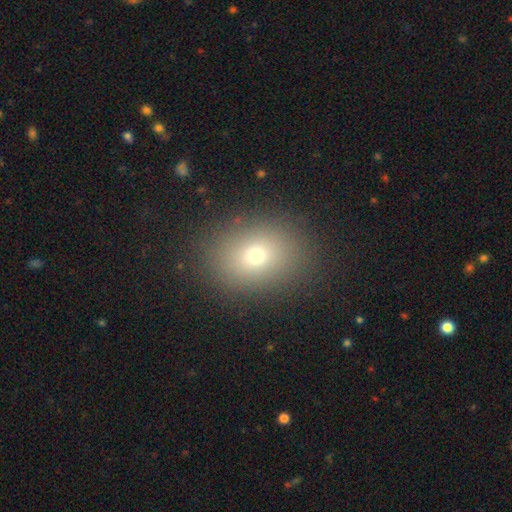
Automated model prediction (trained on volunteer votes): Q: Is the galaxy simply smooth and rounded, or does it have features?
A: smooth — 72%.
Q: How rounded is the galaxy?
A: in between — 62%.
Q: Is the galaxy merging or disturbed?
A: none — 87%.